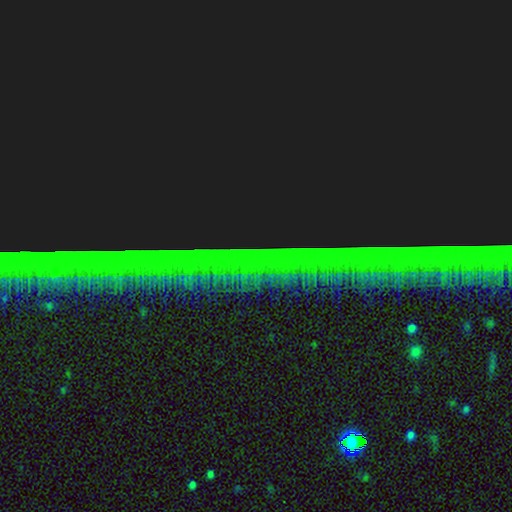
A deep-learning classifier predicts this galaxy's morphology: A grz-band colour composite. It shows a star or artifact, not a galaxy (86%).